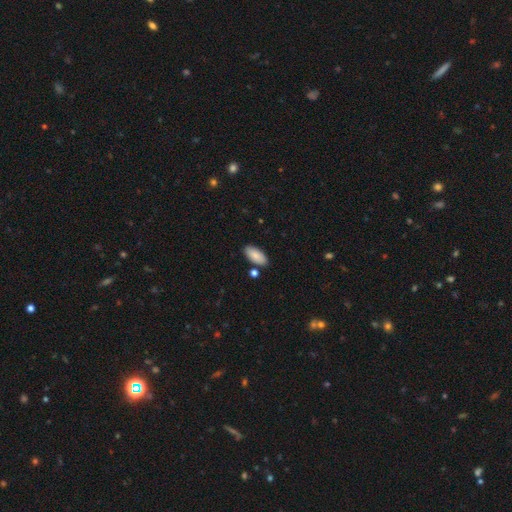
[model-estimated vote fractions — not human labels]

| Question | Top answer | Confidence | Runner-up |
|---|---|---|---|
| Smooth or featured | smooth | 87% | featured or disk (7%) |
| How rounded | in between | 92% | cigar-shaped (6%) |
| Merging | none | 84% | minor disturbance (10%) |